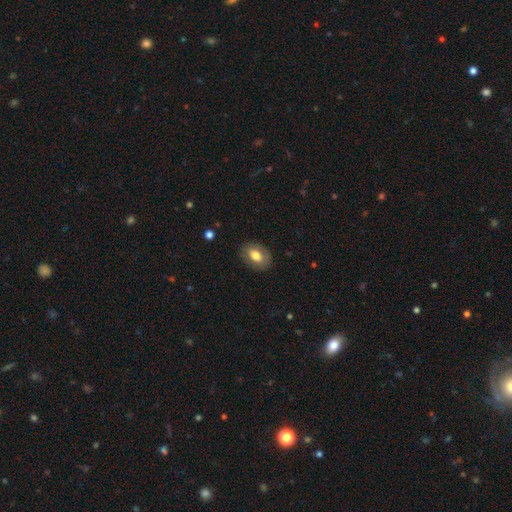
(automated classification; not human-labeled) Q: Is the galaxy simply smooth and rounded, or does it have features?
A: smooth — 71%.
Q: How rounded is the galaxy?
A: in between — 84%.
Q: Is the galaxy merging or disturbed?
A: none — 83%.